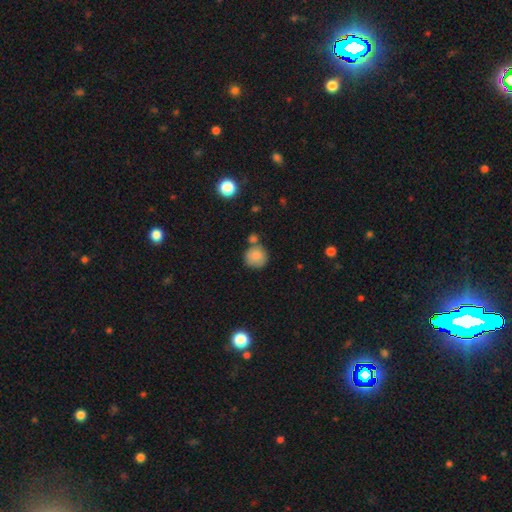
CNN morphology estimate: Overall: smooth (84%). How rounded: round (90%). Merging: none (60%).